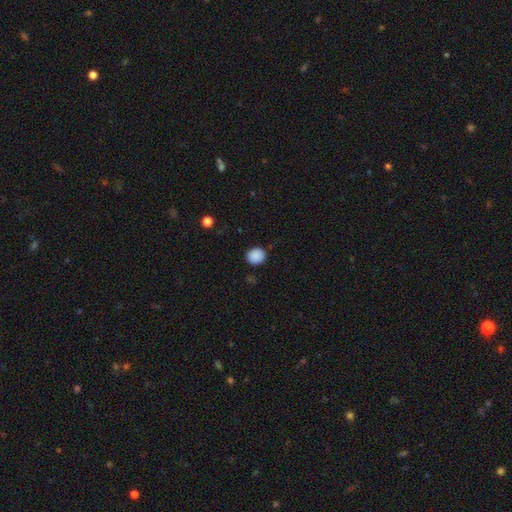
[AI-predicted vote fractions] smooth_or_featured: smooth (p=0.89) [alt: star or artifact p=0.09]
how_rounded: round (p=0.73) [alt: in between p=0.26]
merging: none (p=0.87) [alt: minor disturbance p=0.10]